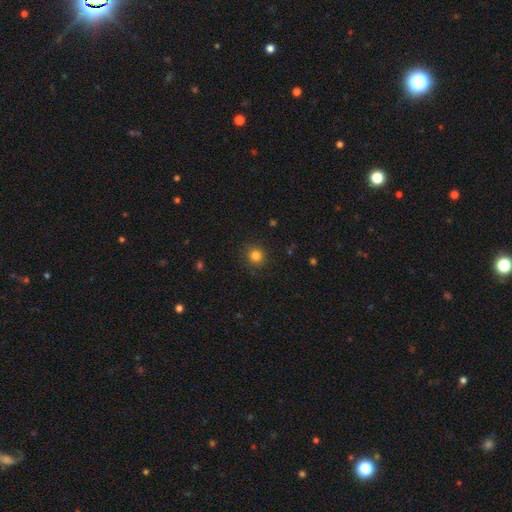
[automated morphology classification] Smooth or featured?
  - smooth: 82% *
  - star or artifact: 13%
  - featured or disk: 5%
How rounded?
  - round: 92% *
  - in between: 7%
  - cigar-shaped: 1%
Merging?
  - none: 88% *
  - minor disturbance: 8%
  - major disturbance: 3%
  - merger: 1%